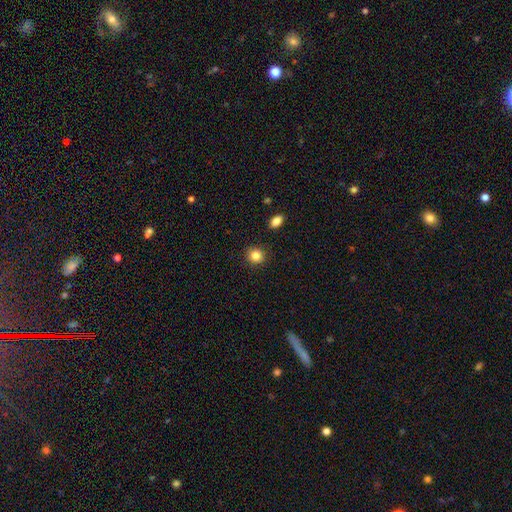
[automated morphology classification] A smooth galaxy with no disk features (85%) that is round (87%).

Vote fractions:
- Smooth or featured? smooth: 85% / star or artifact: 10% / featured or disk: 5%
- How rounded? round: 87% / in between: 12% / cigar-shaped: 1%
- Merging? none: 90% / minor disturbance: 6% / major disturbance: 2% / merger: 2%